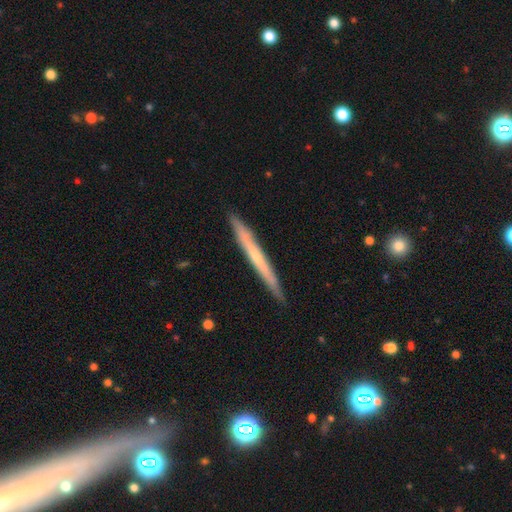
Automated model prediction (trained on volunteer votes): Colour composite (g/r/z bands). It shows a featured or disk galaxy (57%) viewed edge-on (96%) with no central bulge (63%). Merging: none (90%).